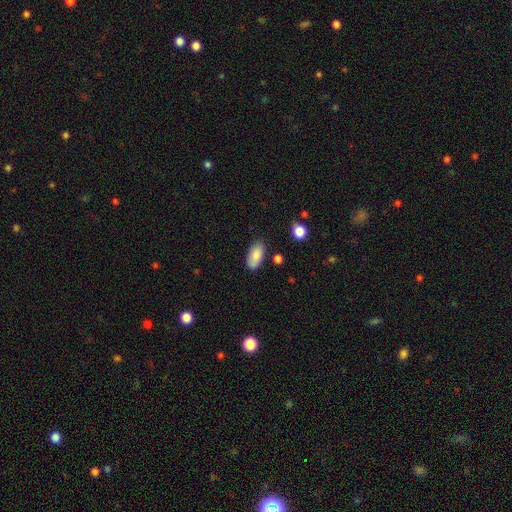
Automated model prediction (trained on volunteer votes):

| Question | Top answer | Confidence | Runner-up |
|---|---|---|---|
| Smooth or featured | smooth | 85% | featured or disk (8%) |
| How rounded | in between | 92% | cigar-shaped (5%) |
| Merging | none | 78% | minor disturbance (16%) |